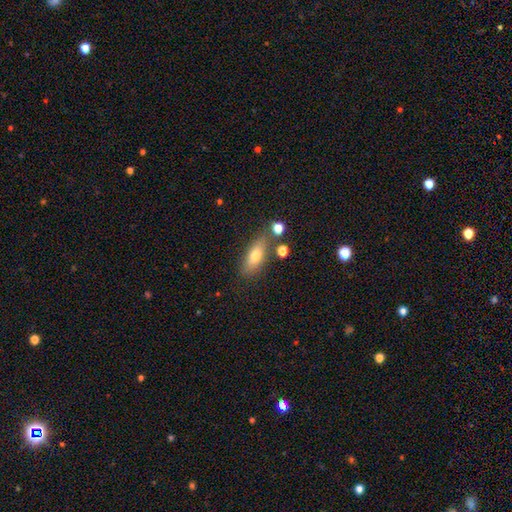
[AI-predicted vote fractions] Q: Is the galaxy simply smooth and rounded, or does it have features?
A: smooth — 70%.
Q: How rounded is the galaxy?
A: in between — 74%.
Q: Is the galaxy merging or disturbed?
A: none — 69%.